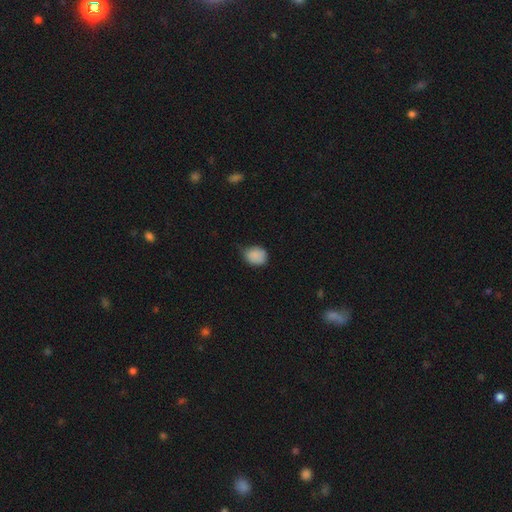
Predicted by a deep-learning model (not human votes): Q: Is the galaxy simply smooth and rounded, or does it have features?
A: smooth — 87%.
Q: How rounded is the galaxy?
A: round — 54%.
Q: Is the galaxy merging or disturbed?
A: none — 56%.